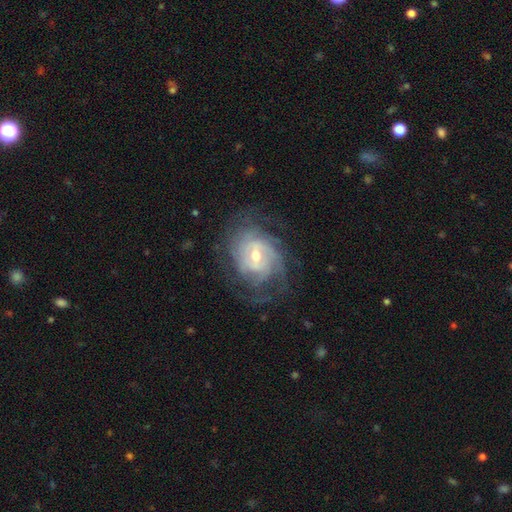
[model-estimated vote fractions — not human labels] Smooth or featured?
  - featured or disk: 86% *
  - smooth: 8%
  - star or artifact: 6%
Edge-on disk?
  - no: 97% *
  - yes: 3%
Bar?
  - weak: 52% *
  - no: 32%
  - strong: 16%
Spiral arms?
  - yes: 94% *
  - no: 6%
Spiral winding?
  - tight: 61% *
  - medium: 30%
  - loose: 9%
Spiral arm count?
  - can't tell: 40% *
  - 4: 16%
  - 2: 16%
  - 3: 15%
  - more than 4: 7%
  - 1: 5%
Bulge size?
  - moderate: 53% *
  - small: 41%
  - large: 4%
  - none: 1%
  - dominant: 1%
Merging?
  - none: 68% *
  - minor disturbance: 18%
  - major disturbance: 13%
  - merger: 1%